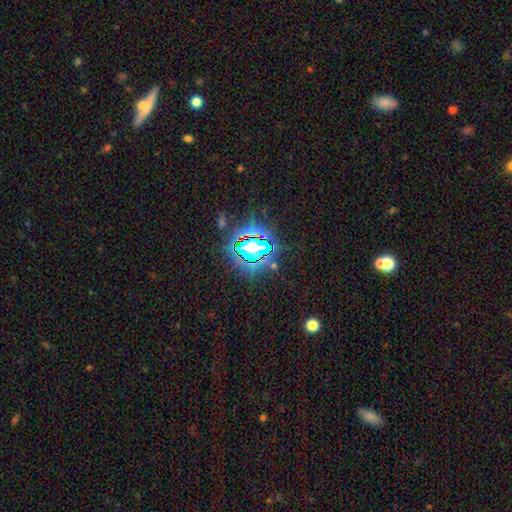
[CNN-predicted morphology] This is likely a star or artifact rather than a galaxy (69%).